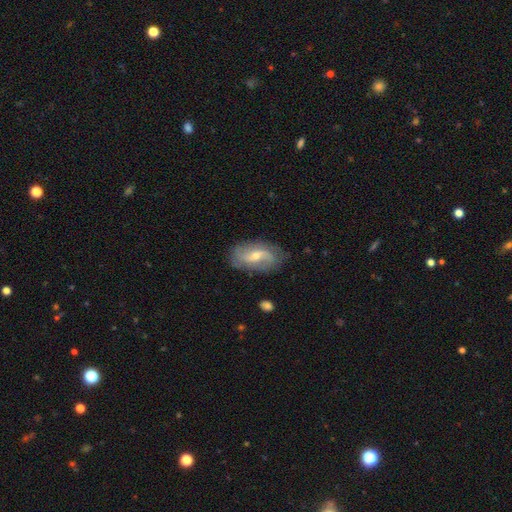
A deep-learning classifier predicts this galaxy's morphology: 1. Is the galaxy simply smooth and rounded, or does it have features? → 75% featured or disk, 19% smooth, 6% star or artifact.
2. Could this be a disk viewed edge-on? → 94% no, 6% yes.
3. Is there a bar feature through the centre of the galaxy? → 48% weak, 31% no, 21% strong.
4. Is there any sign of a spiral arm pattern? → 89% yes, 11% no.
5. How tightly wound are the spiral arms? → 52% loose, 32% medium, 16% tight.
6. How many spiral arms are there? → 80% 2, 11% can't tell, 4% 1, 3% 3, 1% 4, 1% more than 4.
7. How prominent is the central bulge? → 49% moderate, 48% small, 2% large, 1% none, 1% dominant.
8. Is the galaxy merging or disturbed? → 79% none, 16% minor disturbance, 4% major disturbance, 1% merger.